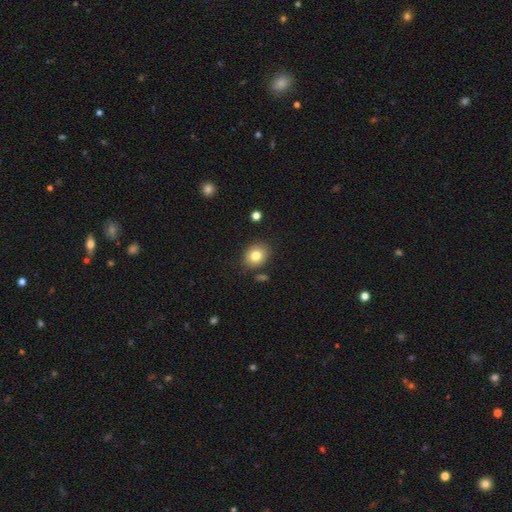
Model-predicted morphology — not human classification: type=smooth (80%); roundness=round (54%); merging=none (83%).